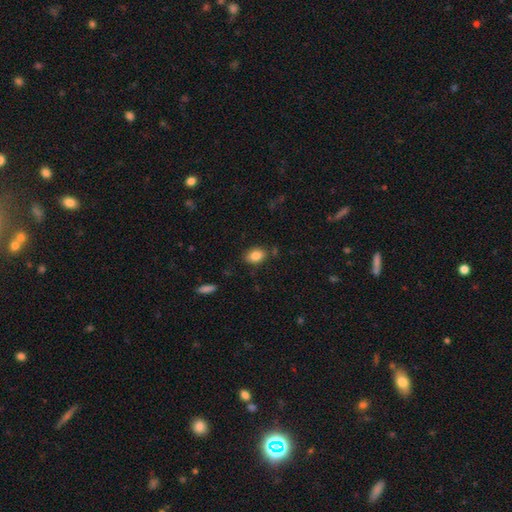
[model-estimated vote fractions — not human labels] smooth_or_featured: smooth (p=0.84) [alt: star or artifact p=0.08]
how_rounded: in between (p=0.81) [alt: round p=0.17]
merging: none (p=0.80) [alt: minor disturbance p=0.13]